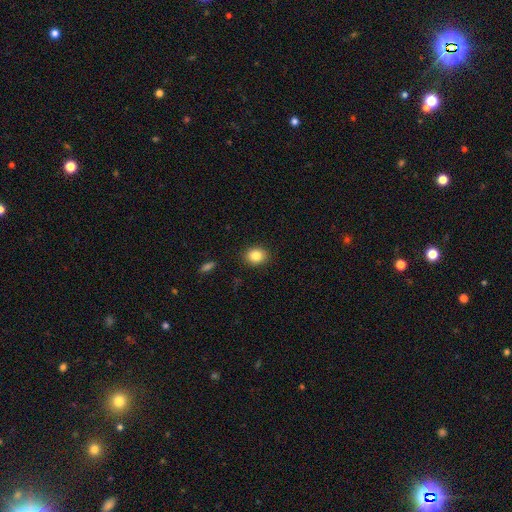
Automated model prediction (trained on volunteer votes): A smooth galaxy with no disk features (84%) that is round (58%).

Vote fractions:
- Smooth or featured? smooth: 84% / star or artifact: 9% / featured or disk: 7%
- How rounded? round: 58% / in between: 41% / cigar-shaped: 1%
- Merging? none: 89% / minor disturbance: 8% / major disturbance: 2% / merger: 1%